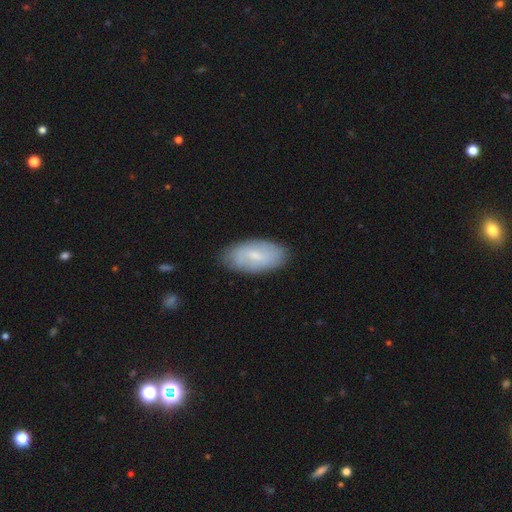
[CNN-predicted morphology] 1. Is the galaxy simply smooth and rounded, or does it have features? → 57% smooth, 36% featured or disk, 6% star or artifact.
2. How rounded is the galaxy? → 93% in between, 4% cigar-shaped, 3% round.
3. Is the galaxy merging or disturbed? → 82% none, 14% minor disturbance, 3% major disturbance, 1% merger.